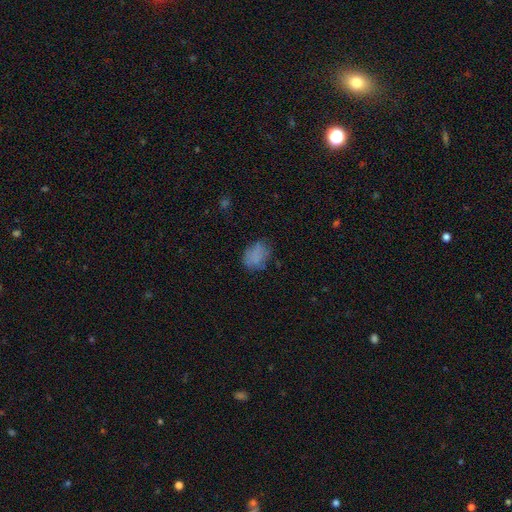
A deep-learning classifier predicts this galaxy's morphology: type=smooth (76%); roundness=in between (66%); merging=none (64%).